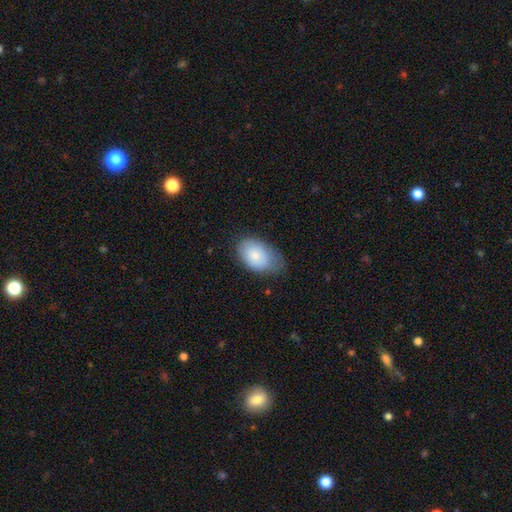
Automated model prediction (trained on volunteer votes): This is clearly a smooth galaxy (82%). How rounded: clearly in between (89%). Merging: possibly none (58%).